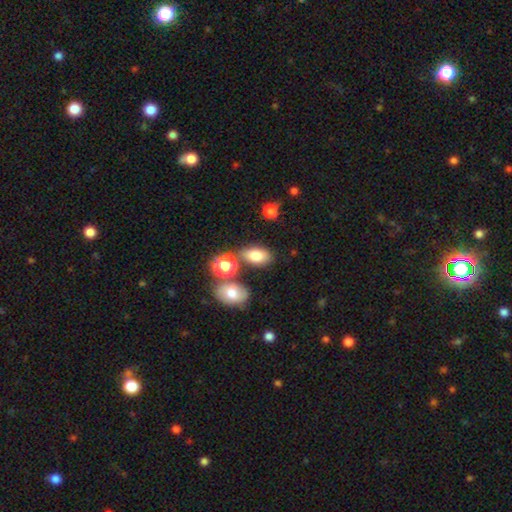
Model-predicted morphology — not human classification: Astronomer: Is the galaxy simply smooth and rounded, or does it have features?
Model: smooth — 76%.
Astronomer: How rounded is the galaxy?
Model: in between — 87%.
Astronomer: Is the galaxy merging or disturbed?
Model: none — 67%.